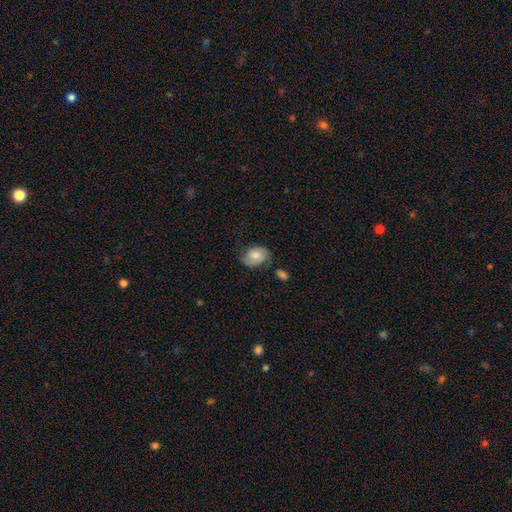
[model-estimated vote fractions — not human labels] The model was most divided on "merging": none: 57%, minor disturbance: 28%, major disturbance: 11%, merger: 5%. More confident: how rounded — in between (74%); smooth or featured — smooth (62%).